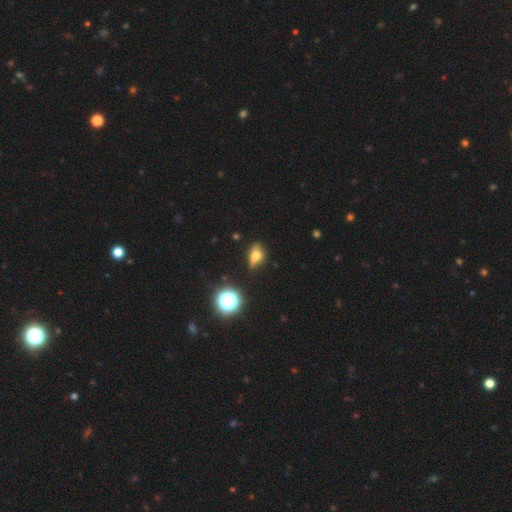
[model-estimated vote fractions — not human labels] smooth-or-featured: smooth: 50% | featured or disk: 33% | star or artifact: 17%
  how-rounded: in between: 68% | round: 22% | cigar-shaped: 10%
  merging: none: 64% | minor disturbance: 25% | major disturbance: 8% | merger: 3%